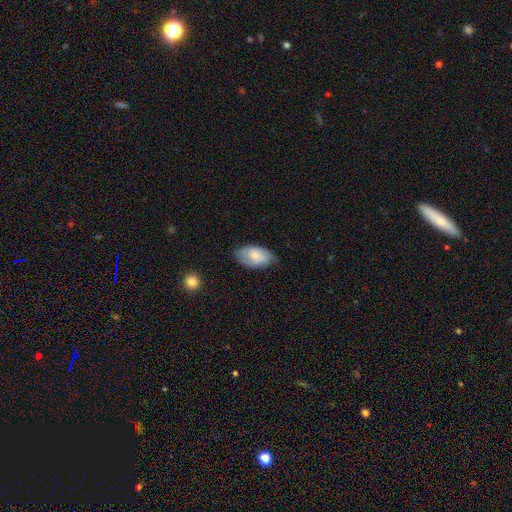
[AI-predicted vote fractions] The model was most divided on "smooth or featured": smooth: 66%, featured or disk: 28%, star or artifact: 7%. More confident: how rounded — in between (93%); merging — none (67%).